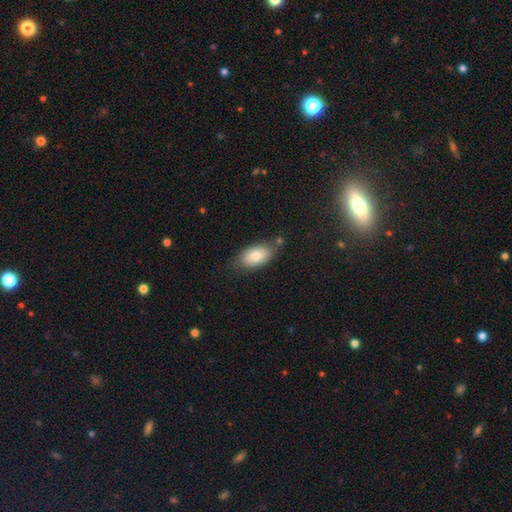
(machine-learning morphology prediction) Smooth or featured? Predicted: smooth (p=0.80). How rounded? Predicted: in between (p=0.93). Merging? Predicted: none (p=0.74).